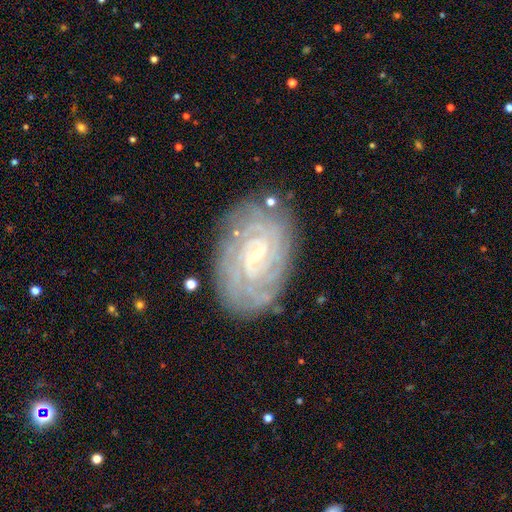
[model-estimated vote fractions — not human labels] Smooth or featured: featured or disk — 89% (star or artifact — 6%)
Edge-on disk: no — 97% (yes — 3%)
Bar: weak — 46% (no — 35%)
Spiral arms: yes — 98% (no — 2%)
Spiral winding: tight — 83% (medium — 15%)
Spiral arm count: can't tell — 26% (2 — 21%)
Bulge size: small — 80% (moderate — 17%)
Merging: none — 81% (minor disturbance — 14%)